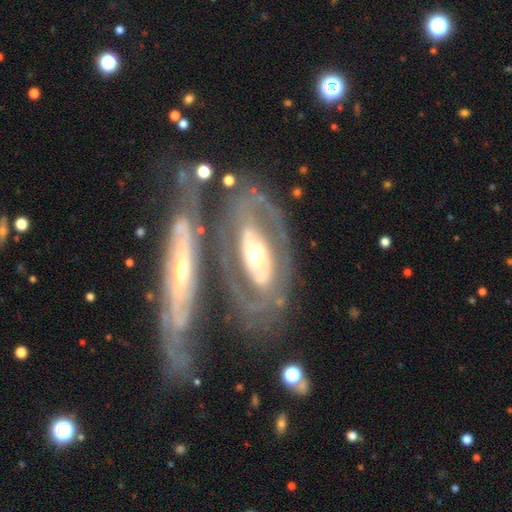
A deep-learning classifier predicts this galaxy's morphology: This appears to be a featured or disk galaxy (80%) with no bar (53%), 2 (58%) tight (52%) spiral arms (72%) and a moderate central bulge (66%). Merging: none (45%).